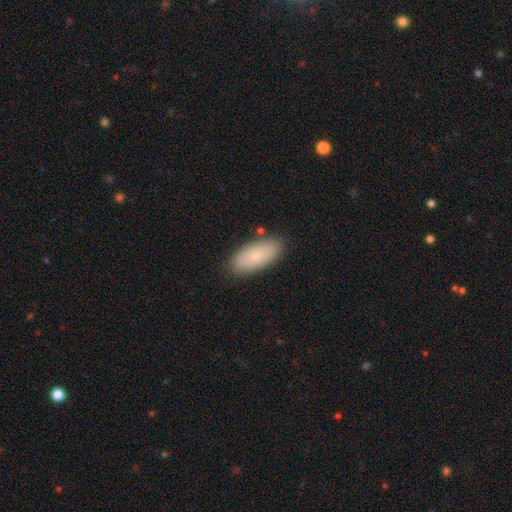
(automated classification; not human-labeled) This appears to be a smooth galaxy with no disk features (81%) that is in between round and cigar-shaped (89%). Merging: none (85%).